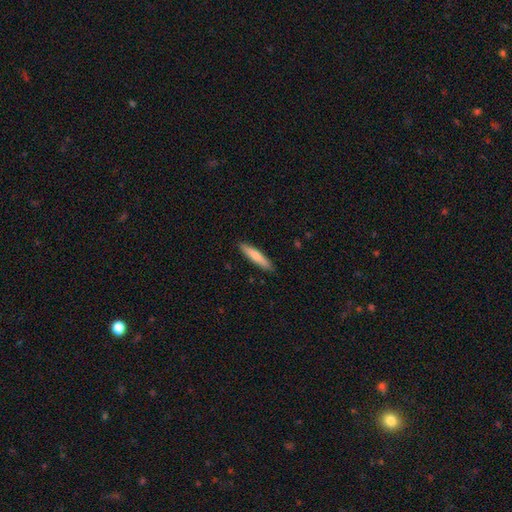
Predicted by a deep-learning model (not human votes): smooth-or-featured: smooth: 74% | featured or disk: 21% | star or artifact: 5%
  how-rounded: cigar-shaped: 87% | in between: 12% | round: 1%
  merging: none: 89% | minor disturbance: 8% | major disturbance: 1% | merger: 1%